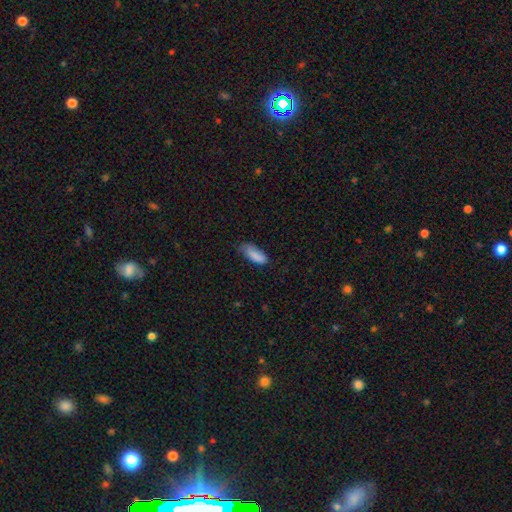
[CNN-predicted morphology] Overall: smooth (86%). How rounded: in between (76%). Merging: none (56%; minor disturbance 34%).